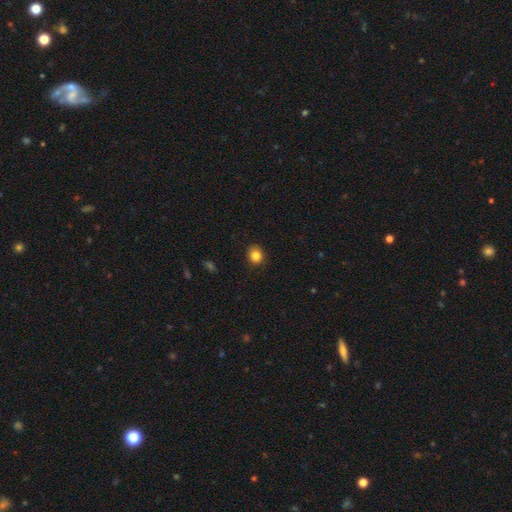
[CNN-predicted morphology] type=smooth (84%); roundness=round (77%); merging=none (89%).